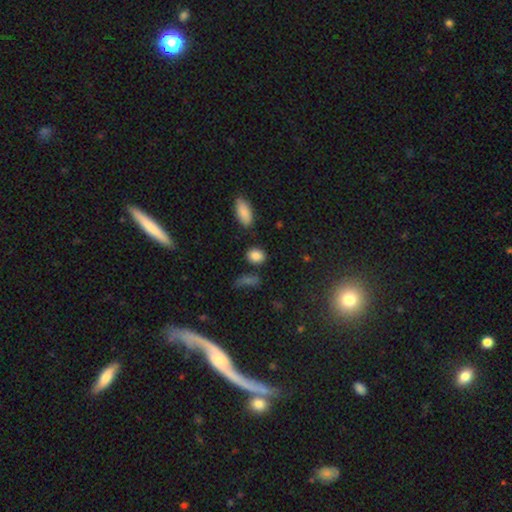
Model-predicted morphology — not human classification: smooth 85%, star or artifact 10%, featured or disk 5%. Down the decision tree: how rounded — in between (53%); merging — none (80%).